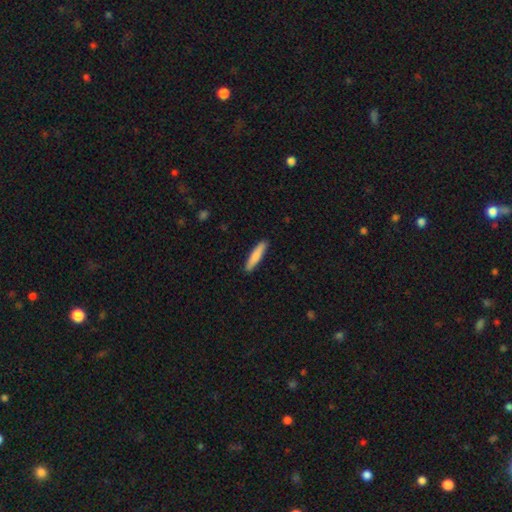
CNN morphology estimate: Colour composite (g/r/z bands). It shows a smooth galaxy with no disk features (83%) that is cigar-shaped (87%). Merging: none (91%).